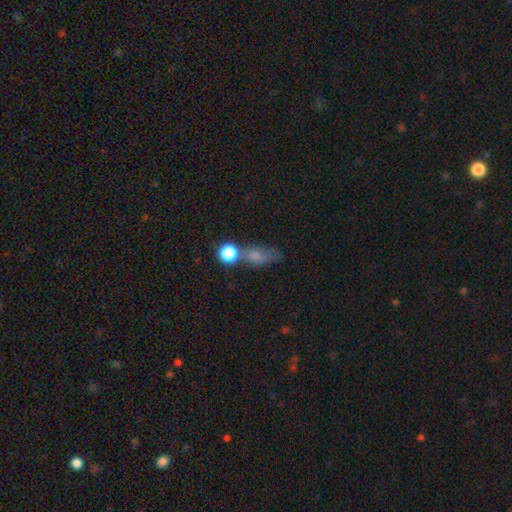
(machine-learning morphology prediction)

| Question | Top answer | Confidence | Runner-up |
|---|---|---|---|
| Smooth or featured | smooth | 65% | star or artifact (19%) |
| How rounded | in between | 51% | round (33%) |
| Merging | none | 37% | merger (27%) |